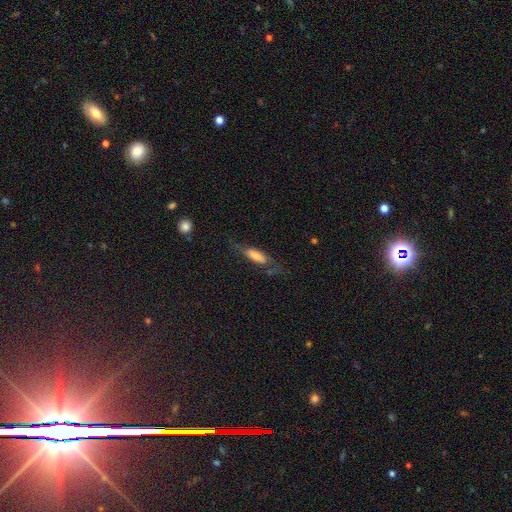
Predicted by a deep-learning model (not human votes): This appears to be a smooth galaxy with no disk features (56%) that is cigar-shaped (50%). Merging: none (58%).